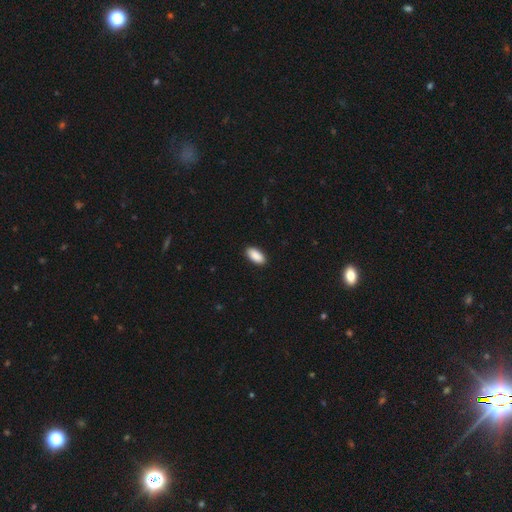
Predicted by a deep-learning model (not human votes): Smooth or featured: smooth — 91% (star or artifact — 6%)
How rounded: in between — 92% (cigar-shaped — 6%)
Merging: none — 90% (minor disturbance — 8%)